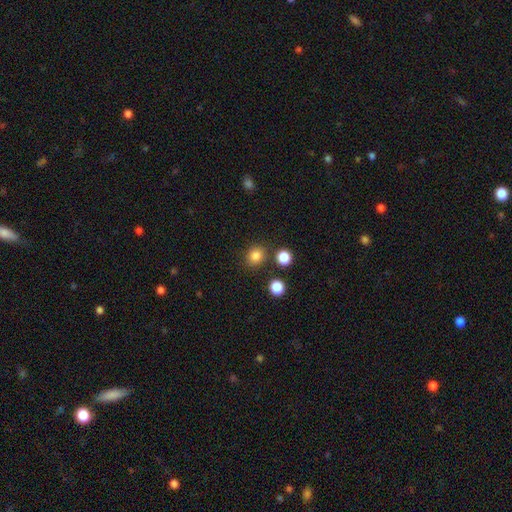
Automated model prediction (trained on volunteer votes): Morphology: type=smooth (83%); roundness=round (79%); merging=none (83%).